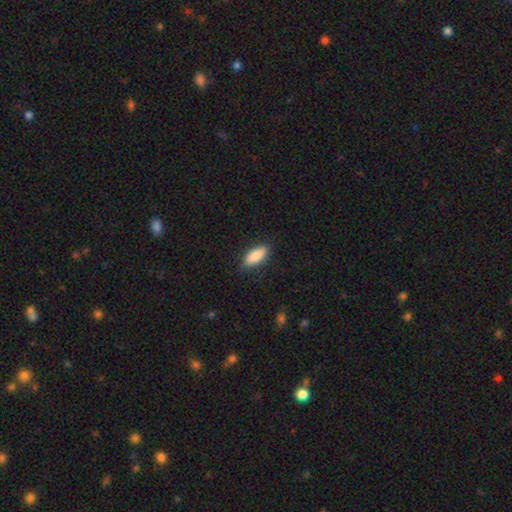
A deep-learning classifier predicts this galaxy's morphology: This is clearly a smooth galaxy (85%). How rounded: likely in between (76%). Merging: clearly none (83%).